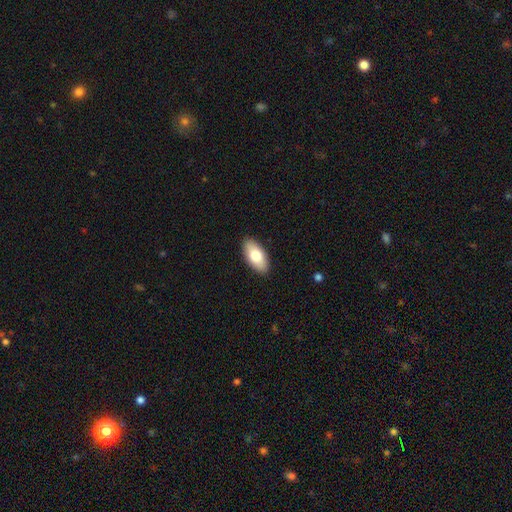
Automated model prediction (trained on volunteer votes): A smooth galaxy with no disk features (77%) that is in between round and cigar-shaped (93%).

Vote fractions:
- Smooth or featured? smooth: 77% / featured or disk: 17% / star or artifact: 6%
- How rounded? in between: 93% / cigar-shaped: 5% / round: 2%
- Merging? none: 90% / minor disturbance: 7% / major disturbance: 2% / merger: 1%